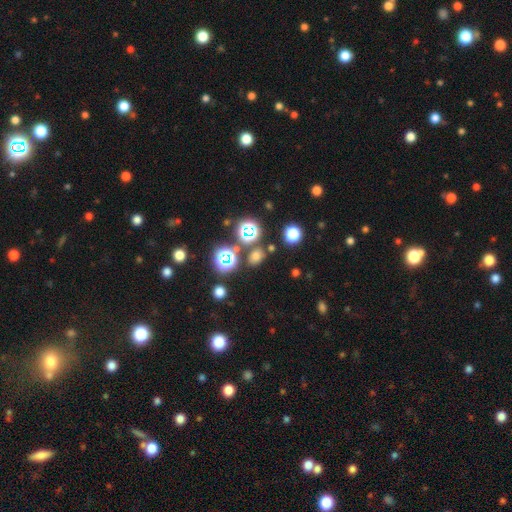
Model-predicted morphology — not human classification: Smooth or featured: smooth — 59% (star or artifact — 33%)
How rounded: in between — 51% (round — 47%)
Merging: none — 77% (minor disturbance — 11%)